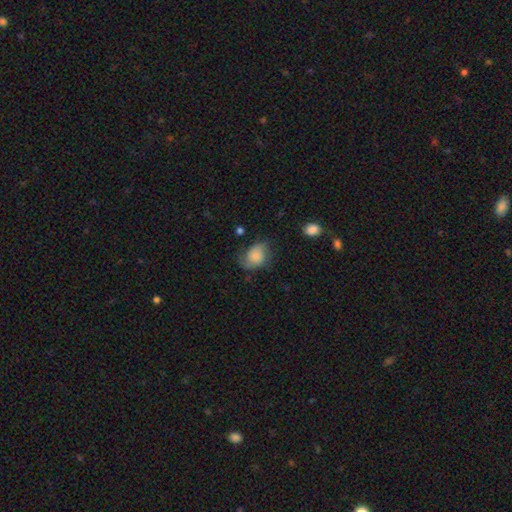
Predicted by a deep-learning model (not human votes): Q: Smooth or featured?
A: smooth (60%); runner-up: featured or disk (31%)
Q: How rounded?
A: in between (56%); runner-up: round (43%)
Q: Merging?
A: none (52%); runner-up: minor disturbance (31%)